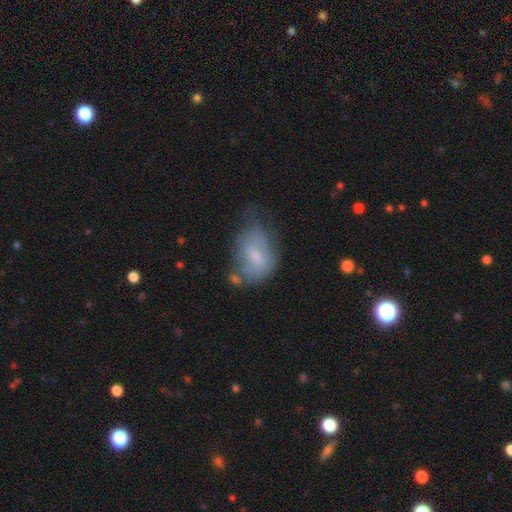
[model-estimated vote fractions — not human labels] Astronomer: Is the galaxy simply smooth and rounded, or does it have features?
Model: smooth — 61%.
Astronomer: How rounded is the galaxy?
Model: in between — 83%.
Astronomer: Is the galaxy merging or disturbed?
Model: minor disturbance — 36% (runner-up: none, 35%).